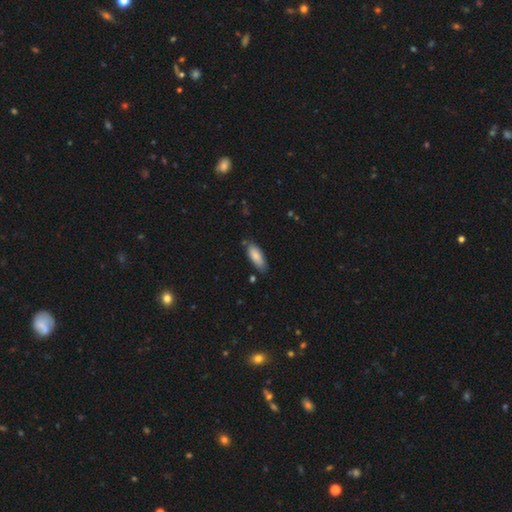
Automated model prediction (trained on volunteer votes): A smooth galaxy with no disk features (83%) that is in between round and cigar-shaped (69%).

Vote fractions:
- Smooth or featured? smooth: 83% / featured or disk: 11% / star or artifact: 6%
- How rounded? in between: 69% / cigar-shaped: 29% / round: 2%
- Merging? none: 76% / minor disturbance: 18% / merger: 3% / major disturbance: 3%